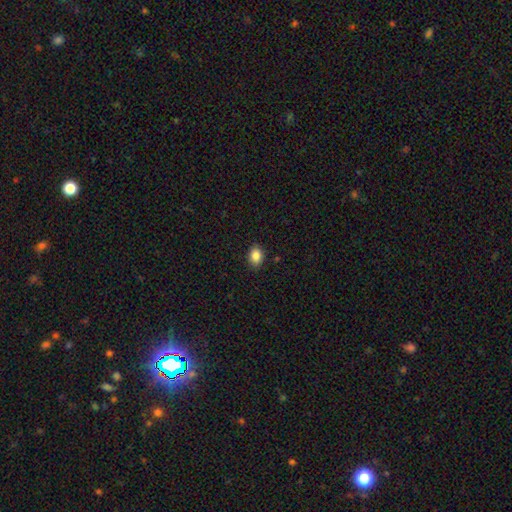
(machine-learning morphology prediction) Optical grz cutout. It shows a smooth galaxy with no disk features (86%) that is in between round and cigar-shaped (66%). Merging: none (89%).